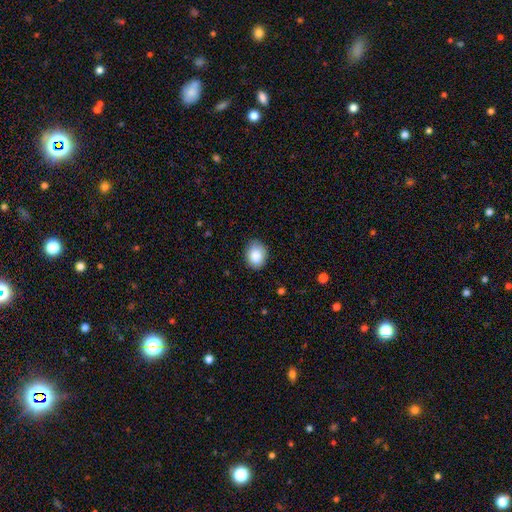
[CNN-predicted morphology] Smooth or featured? smooth (85%)
How rounded? in between (61%)
Merging? none (85%)